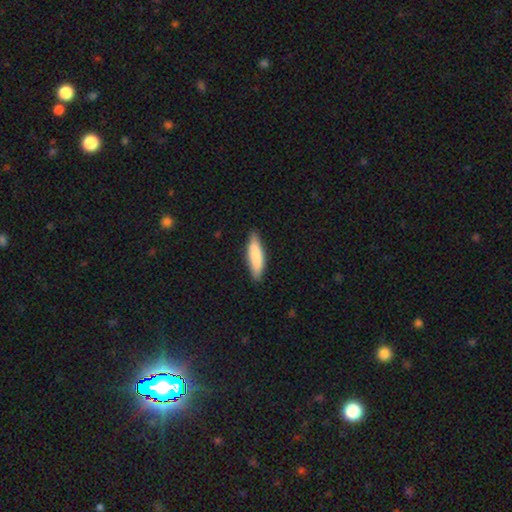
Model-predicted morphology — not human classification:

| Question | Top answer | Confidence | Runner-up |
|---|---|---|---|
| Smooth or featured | smooth | 82% | featured or disk (13%) |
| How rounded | cigar-shaped | 67% | in between (32%) |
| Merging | none | 85% | minor disturbance (12%) |